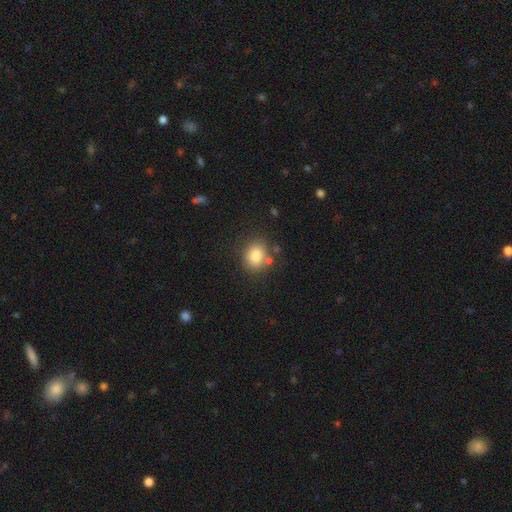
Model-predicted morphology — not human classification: smooth-or-featured: smooth: 82% | star or artifact: 10% | featured or disk: 8%
  how-rounded: round: 54% | in between: 45% | cigar-shaped: 1%
  merging: none: 70% | minor disturbance: 15% | merger: 11% | major disturbance: 5%